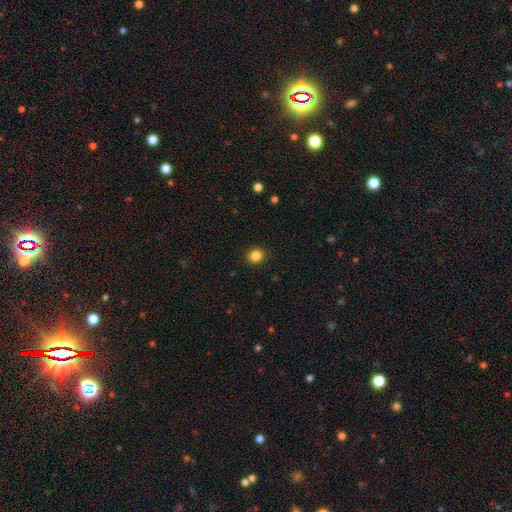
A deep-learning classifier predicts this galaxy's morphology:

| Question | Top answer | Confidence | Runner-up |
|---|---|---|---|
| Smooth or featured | smooth | 85% | star or artifact (11%) |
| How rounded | round | 76% | in between (23%) |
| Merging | none | 91% | minor disturbance (6%) |